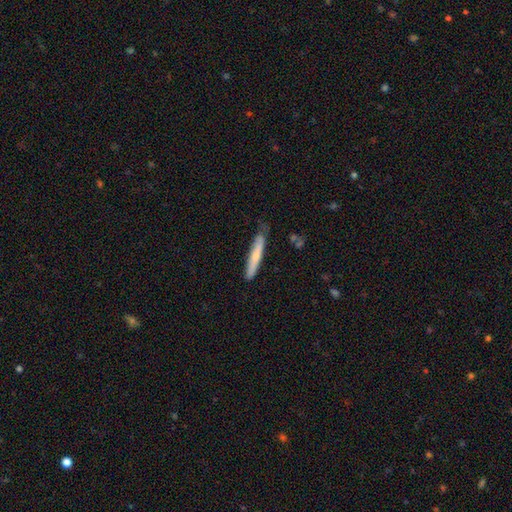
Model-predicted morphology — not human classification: smooth 61%, featured or disk 33%, star or artifact 5%. Down the decision tree: how rounded — cigar-shaped (93%); merging — none (71%).